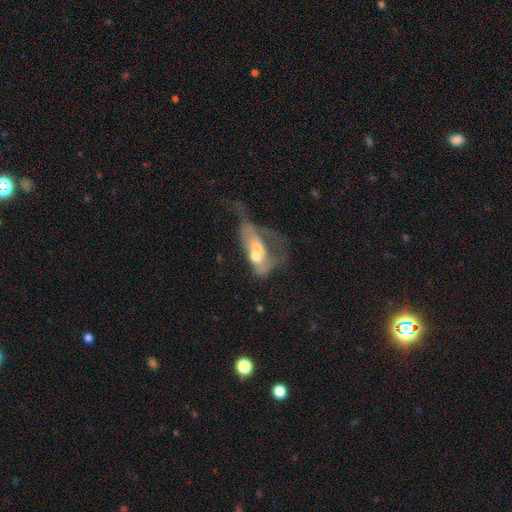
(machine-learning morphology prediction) type=featured or disk (48%); merging=merger (48%).